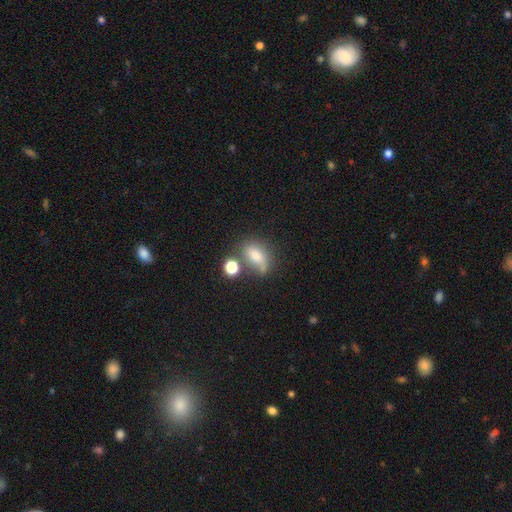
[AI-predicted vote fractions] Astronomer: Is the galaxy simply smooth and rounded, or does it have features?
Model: smooth — 64%.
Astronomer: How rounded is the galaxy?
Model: in between — 72%.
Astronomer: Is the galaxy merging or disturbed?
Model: none — 44% (runner-up: minor disturbance, 21%).